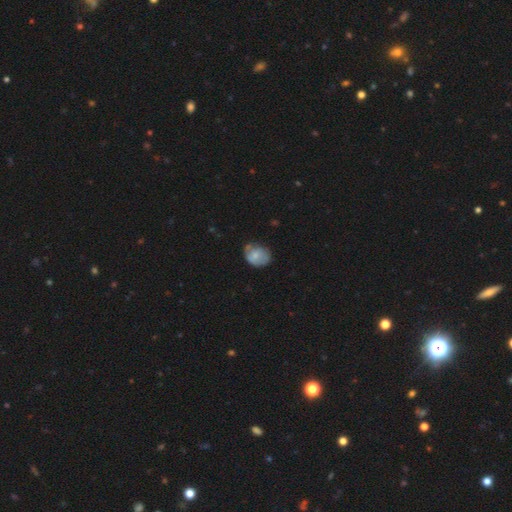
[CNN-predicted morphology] A smooth galaxy with no disk features (65%) that is in between round and cigar-shaped (58%).

Vote fractions:
- Smooth or featured? smooth: 65% / featured or disk: 27% / star or artifact: 8%
- How rounded? in between: 58% / round: 41% / cigar-shaped: 1%
- Merging? none: 49% / minor disturbance: 36% / major disturbance: 12% / merger: 3%